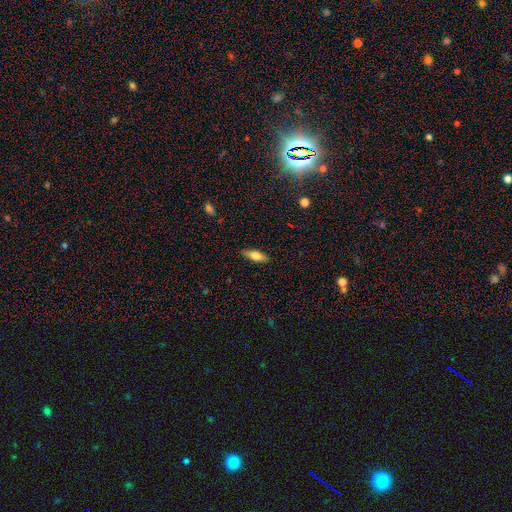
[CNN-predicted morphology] This appears to be a smooth galaxy with no disk features (72%) that is in between round and cigar-shaped (55%). Merging: none (86%).